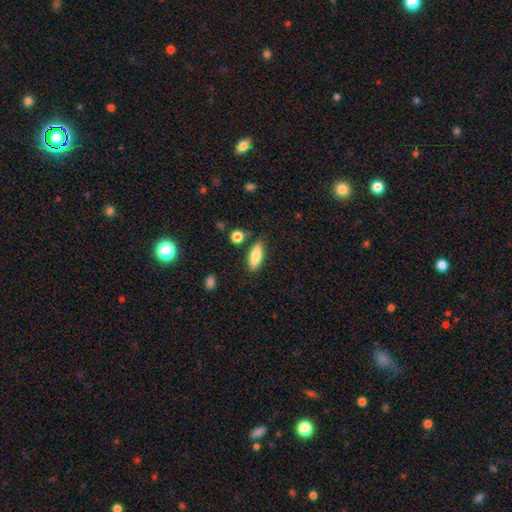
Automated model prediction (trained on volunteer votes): A smooth galaxy with no disk features (80%) that is in between round and cigar-shaped (61%).

Vote fractions:
- Smooth or featured? smooth: 80% / featured or disk: 13% / star or artifact: 7%
- How rounded? in between: 61% / cigar-shaped: 36% / round: 3%
- Merging? none: 81% / minor disturbance: 12% / merger: 4% / major disturbance: 3%